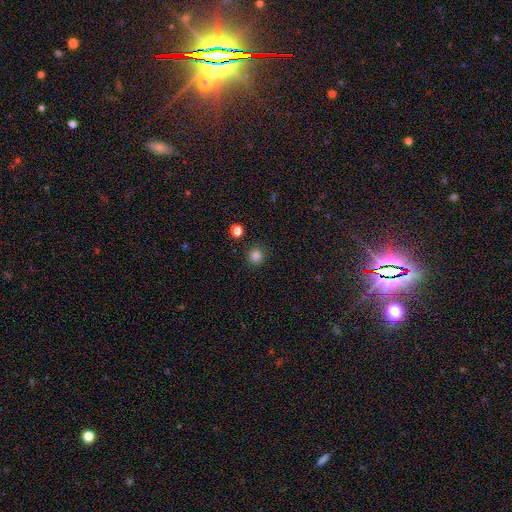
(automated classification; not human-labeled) smooth_or_featured: smooth (p=0.83) [alt: star or artifact p=0.13]
how_rounded: round (p=0.94) [alt: in between p=0.05]
merging: none (p=0.90) [alt: minor disturbance p=0.06]